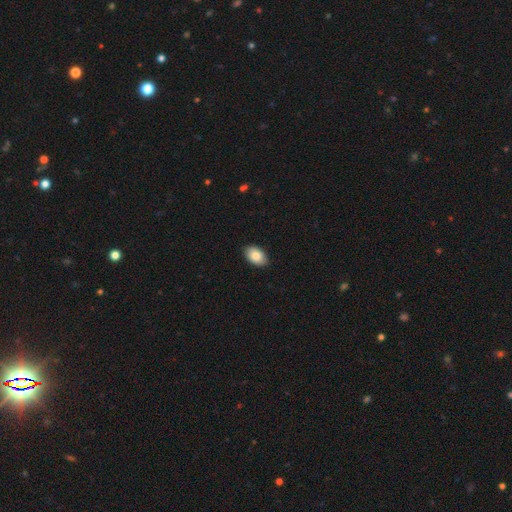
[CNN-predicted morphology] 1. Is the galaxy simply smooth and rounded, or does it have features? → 85% smooth, 8% featured or disk, 7% star or artifact.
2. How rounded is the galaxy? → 91% in between, 8% round, 1% cigar-shaped.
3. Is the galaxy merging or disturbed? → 89% none, 8% minor disturbance, 2% major disturbance, 1% merger.